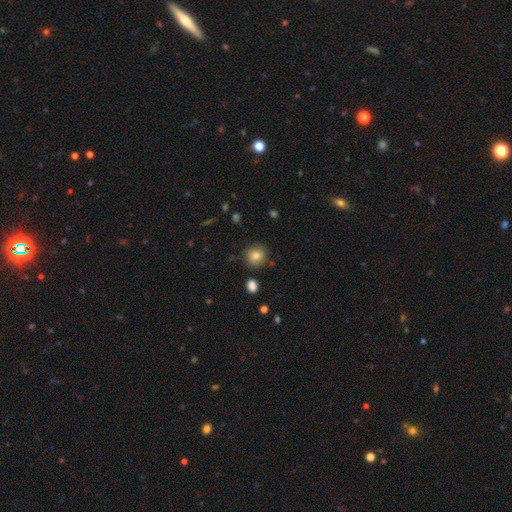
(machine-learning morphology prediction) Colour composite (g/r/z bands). It shows a smooth galaxy with no disk features (83%) that is round (86%). Merging: none (85%).